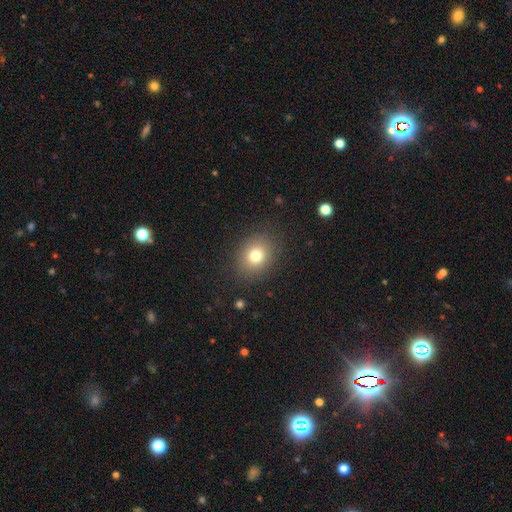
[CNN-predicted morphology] Smooth or featured?
  - smooth: 77% *
  - star or artifact: 13%
  - featured or disk: 11%
How rounded?
  - round: 60% *
  - in between: 39%
  - cigar-shaped: 1%
Merging?
  - none: 86% *
  - minor disturbance: 9%
  - major disturbance: 4%
  - merger: 1%